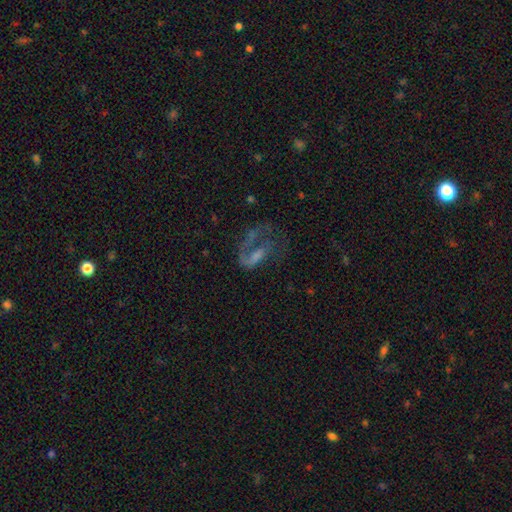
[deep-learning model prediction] smooth-or-featured: featured or disk: 66% | smooth: 21% | star or artifact: 13%
  disk-edge-on: no: 95% | yes: 5%
    bar: no: 53% | weak: 33% | strong: 14%
    has-spiral-arms: yes: 68% | no: 32%
    bulge-size: none: 41% | small: 29% | moderate: 22% | large: 6% | dominant: 2%
  merging: major disturbance: 48% | none: 33% | minor disturbance: 14% | merger: 5%